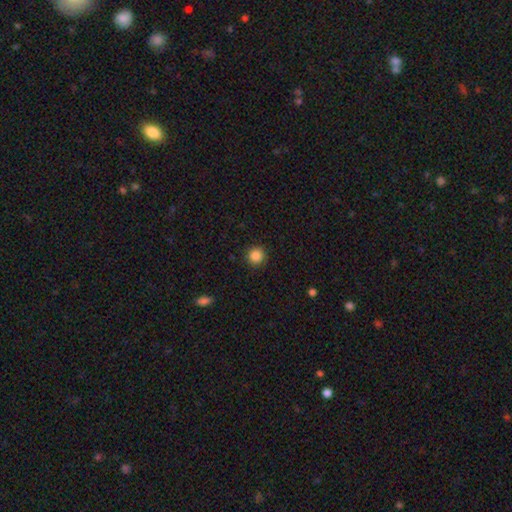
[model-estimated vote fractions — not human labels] Smooth or featured?
  - smooth: 86% *
  - star or artifact: 10%
  - featured or disk: 3%
How rounded?
  - round: 94% *
  - in between: 5%
  - cigar-shaped: 1%
Merging?
  - none: 91% *
  - minor disturbance: 6%
  - major disturbance: 2%
  - merger: 1%